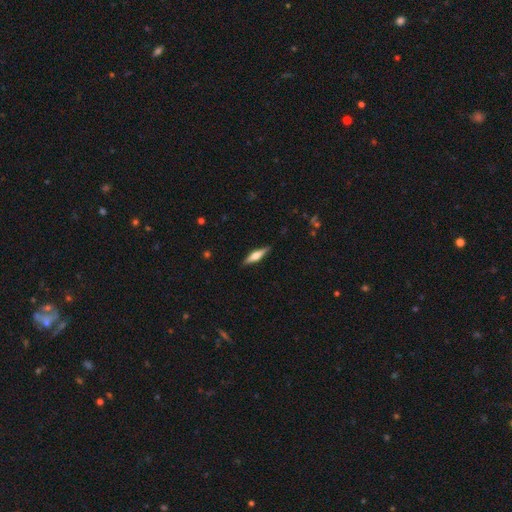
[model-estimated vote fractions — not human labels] featured or disk 49%, smooth 45%, star or artifact 6%. Down the decision tree: merging — none (89%).